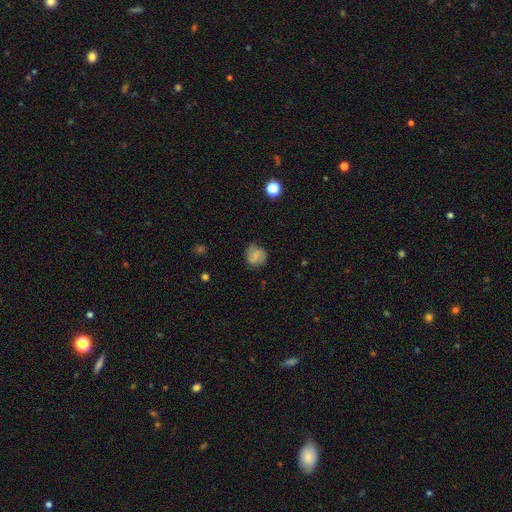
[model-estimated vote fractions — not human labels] Morphology: type=smooth (66%); roundness=round (80%); merging=none (70%).